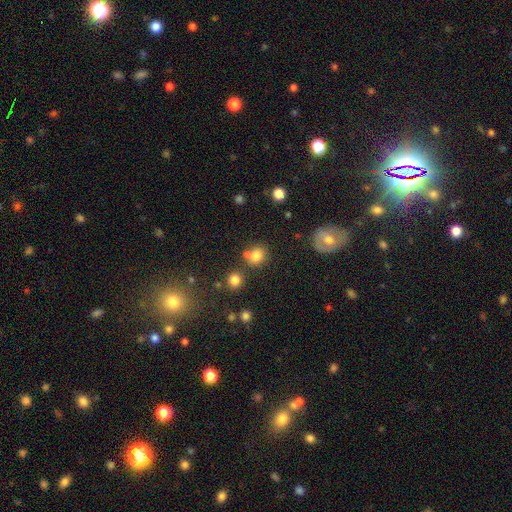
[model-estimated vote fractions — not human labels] A smooth galaxy with no disk features (79%) that is round (75%).

Vote fractions:
- Smooth or featured? smooth: 79% / star or artifact: 13% / featured or disk: 8%
- How rounded? round: 75% / in between: 24% / cigar-shaped: 1%
- Merging? none: 62% / merger: 22% / minor disturbance: 12% / major disturbance: 4%